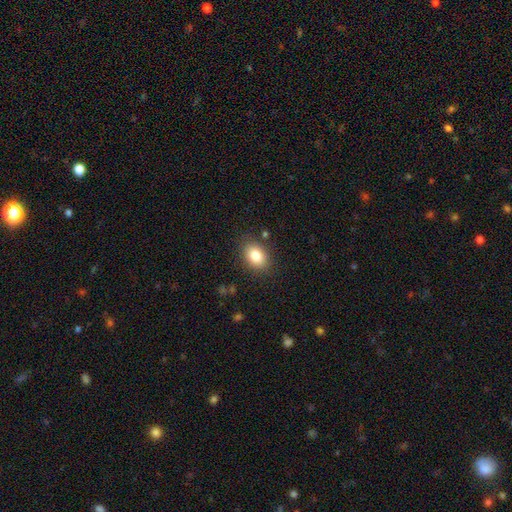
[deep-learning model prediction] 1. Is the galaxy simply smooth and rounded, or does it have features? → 84% smooth, 8% star or artifact, 7% featured or disk.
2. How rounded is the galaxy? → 75% in between, 24% round, 1% cigar-shaped.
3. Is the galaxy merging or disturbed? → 85% none, 10% minor disturbance, 3% major disturbance, 2% merger.